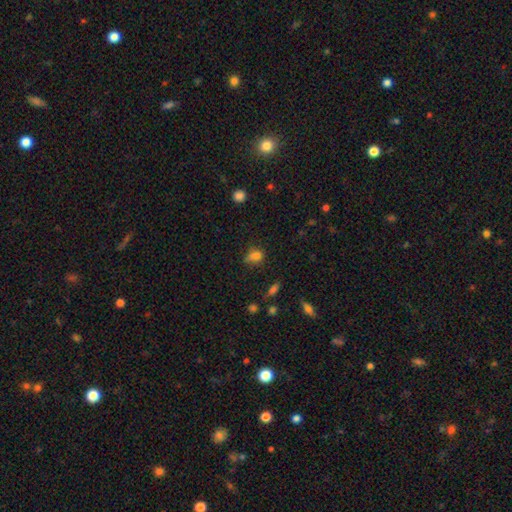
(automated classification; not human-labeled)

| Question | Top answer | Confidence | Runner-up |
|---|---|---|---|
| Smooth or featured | smooth | 74% | star or artifact (17%) |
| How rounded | in between | 52% | round (45%) |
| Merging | none | 47% | minor disturbance (31%) |